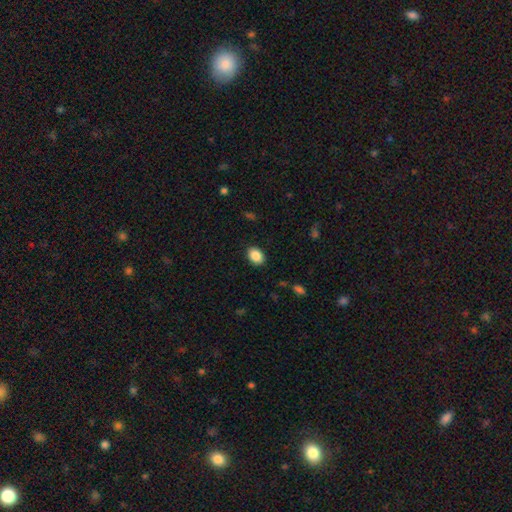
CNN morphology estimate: type=smooth (88%); roundness=in between (73%); merging=none (89%).